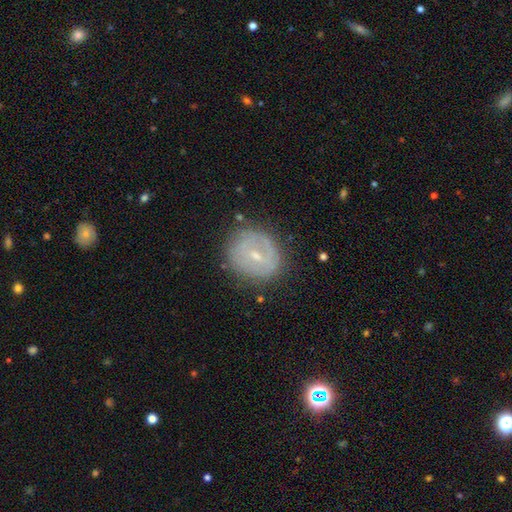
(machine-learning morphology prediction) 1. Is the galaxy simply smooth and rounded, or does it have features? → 58% featured or disk, 32% smooth, 10% star or artifact.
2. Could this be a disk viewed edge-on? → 95% no, 5% yes.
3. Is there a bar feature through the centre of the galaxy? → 47% weak, 33% no, 20% strong.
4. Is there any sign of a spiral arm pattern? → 55% no, 45% yes.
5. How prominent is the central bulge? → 65% small, 31% moderate, 2% none, 1% large, 1% dominant.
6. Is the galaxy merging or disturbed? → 79% none, 15% minor disturbance, 5% major disturbance, 1% merger.